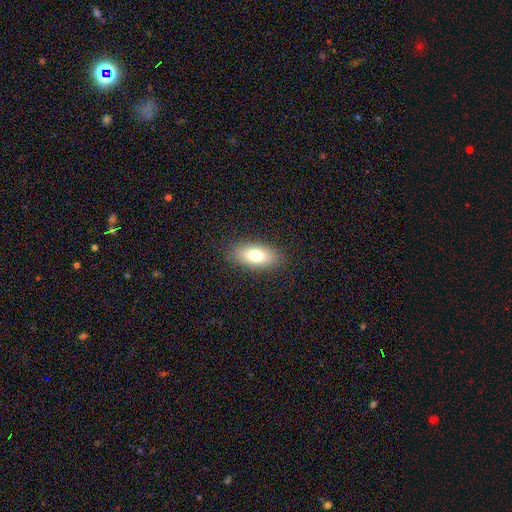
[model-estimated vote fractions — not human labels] Morphology: type=smooth (75%); roundness=in between (82%); merging=none (87%).